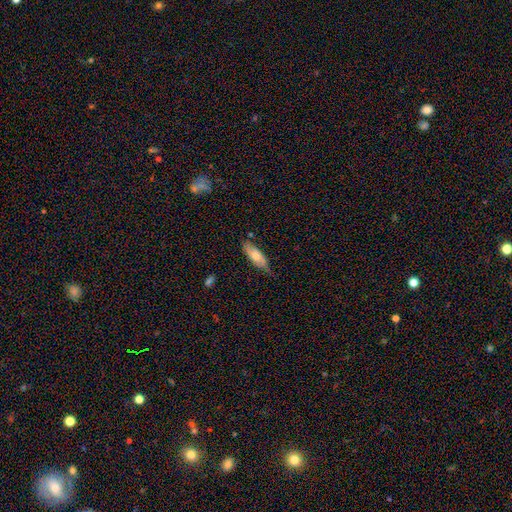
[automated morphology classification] Smooth or featured?
  - smooth: 58% *
  - featured or disk: 35%
  - star or artifact: 7%
How rounded?
  - in between: 65% *
  - cigar-shaped: 33%
  - round: 2%
Merging?
  - none: 63% *
  - minor disturbance: 30%
  - major disturbance: 6%
  - merger: 2%